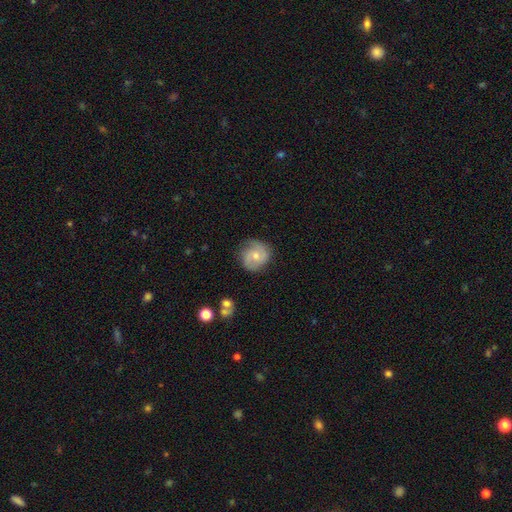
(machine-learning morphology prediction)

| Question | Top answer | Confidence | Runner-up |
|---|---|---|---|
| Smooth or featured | featured or disk | 55% | smooth (38%) |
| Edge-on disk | no | 97% | yes (3%) |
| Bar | no | 64% | weak (31%) |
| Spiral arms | yes | 87% | no (13%) |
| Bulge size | moderate | 48% | small (47%) |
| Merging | none | 74% | minor disturbance (19%) |